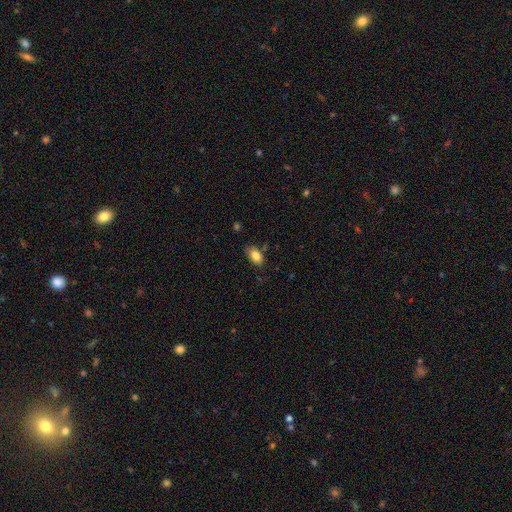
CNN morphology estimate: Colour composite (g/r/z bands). It shows a smooth galaxy with no disk features (83%) that is in between round and cigar-shaped (89%). Merging: none (73%).